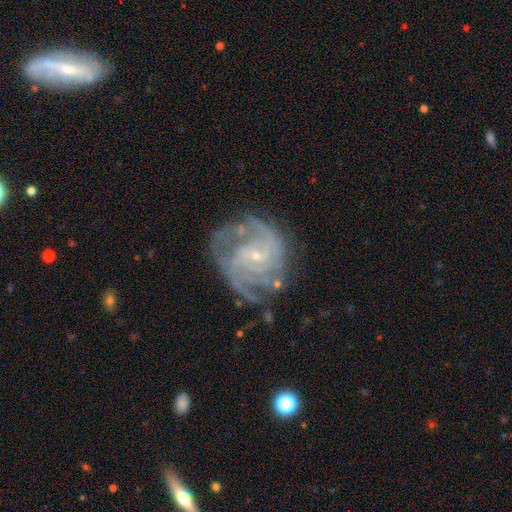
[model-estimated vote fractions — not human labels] Smooth or featured? Predicted: featured or disk (p=0.88). Edge-on disk? Predicted: no (p=0.98). Bar? Predicted: no (p=0.49). Spiral arms? Predicted: yes (p=0.96). Spiral winding? Predicted: tight (p=0.55). Spiral arm count? Predicted: can't tell (p=0.25). Bulge size? Predicted: small (p=0.83). Merging? Predicted: none (p=0.63).